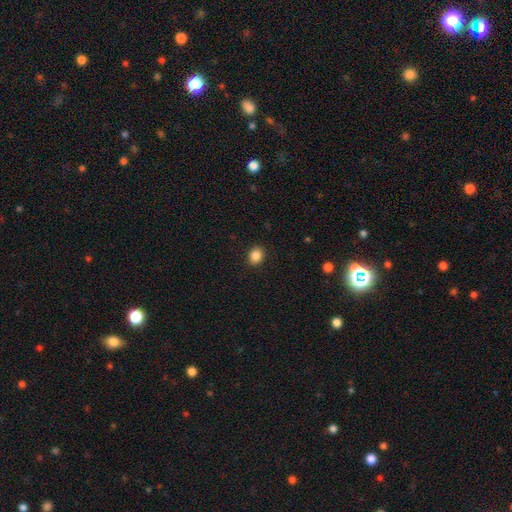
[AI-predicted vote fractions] Morphology: type=smooth (86%); roundness=round (59%); merging=none (90%).